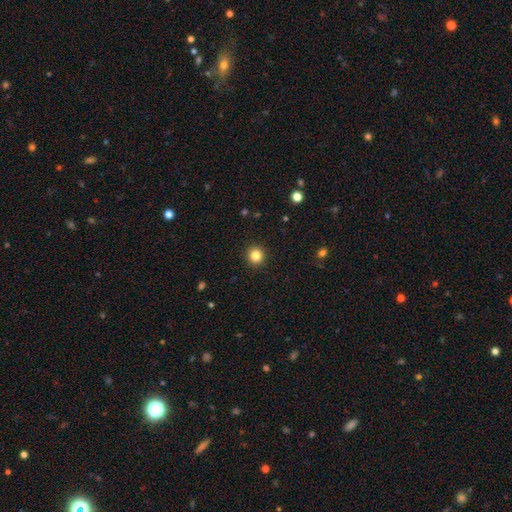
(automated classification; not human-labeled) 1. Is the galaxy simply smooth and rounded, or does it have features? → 83% smooth, 12% star or artifact, 5% featured or disk.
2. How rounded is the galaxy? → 94% round, 5% in between, 1% cigar-shaped.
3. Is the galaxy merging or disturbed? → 93% none, 4% minor disturbance, 2% major disturbance, 1% merger.